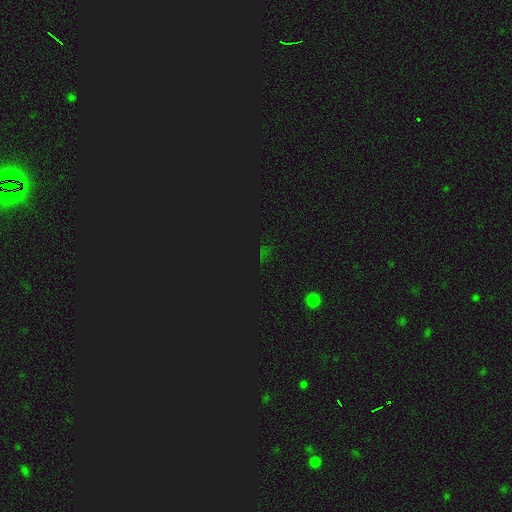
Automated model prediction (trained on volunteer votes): Smooth or featured?
  - star or artifact: 78% *
  - smooth: 15%
  - featured or disk: 7%